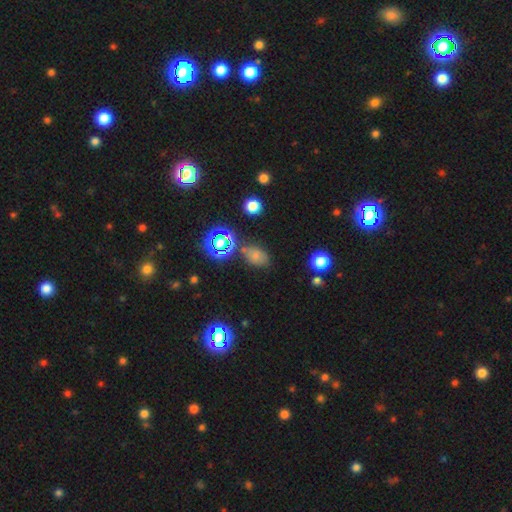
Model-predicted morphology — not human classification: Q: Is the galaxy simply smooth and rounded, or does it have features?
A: smooth — 61%.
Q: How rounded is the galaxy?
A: in between — 76%.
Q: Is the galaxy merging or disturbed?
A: none — 68%.